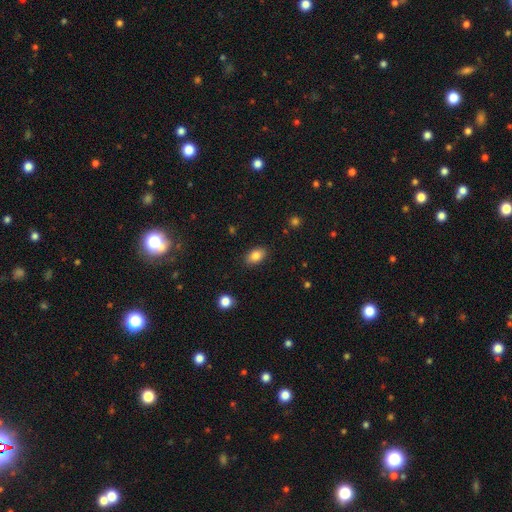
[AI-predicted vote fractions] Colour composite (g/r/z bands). It shows a smooth galaxy with no disk features (84%) that is in between round and cigar-shaped (88%). Merging: none (87%).